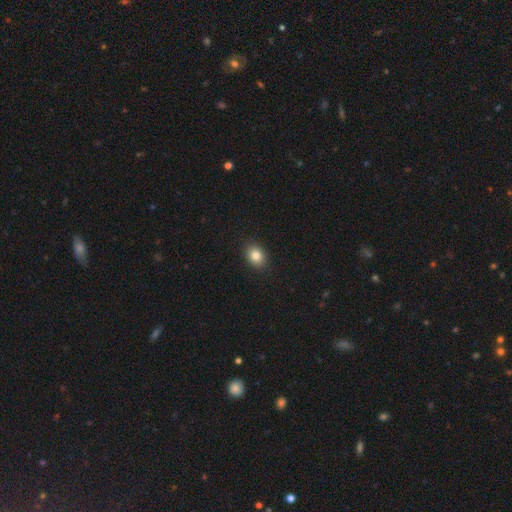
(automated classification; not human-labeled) smooth-or-featured: smooth: 82% | star or artifact: 10% | featured or disk: 8%
  how-rounded: in between: 60% | round: 39% | cigar-shaped: 1%
  merging: none: 90% | minor disturbance: 7% | major disturbance: 2% | merger: 1%